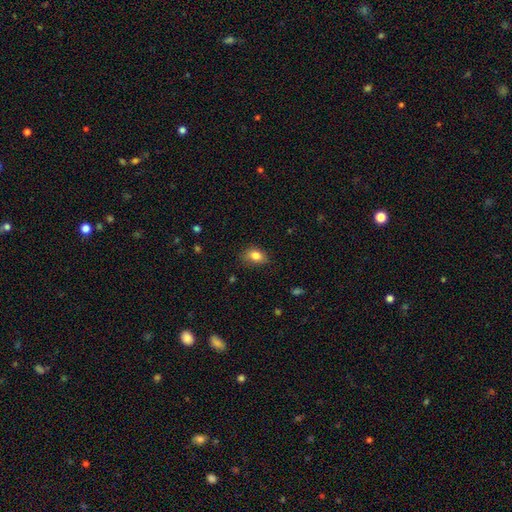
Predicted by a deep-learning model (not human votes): Smooth or featured: smooth — 83% (star or artifact — 10%)
How rounded: in between — 78% (round — 20%)
Merging: none — 74% (minor disturbance — 21%)